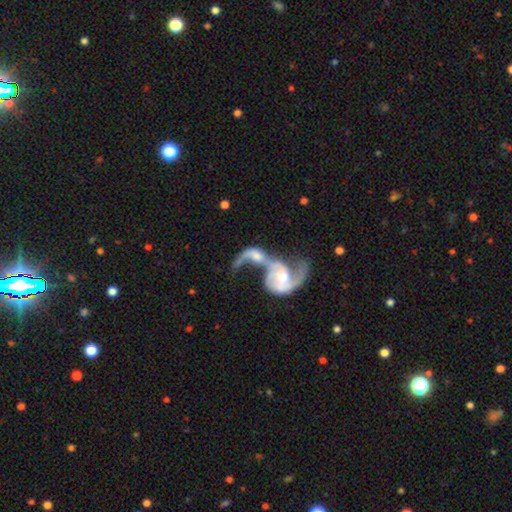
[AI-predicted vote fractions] This appears to be a featured or disk galaxy (75%) with no bar (59%), 2 (64%) loose (69%) spiral arms (83%) and a moderate central bulge (60%). Merging: merger (81%).